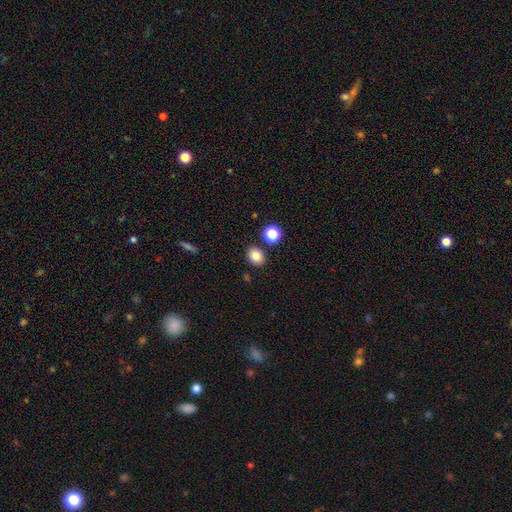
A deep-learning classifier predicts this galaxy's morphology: A smooth galaxy with no disk features (83%) that is round (50%).

Vote fractions:
- Smooth or featured? smooth: 83% / star or artifact: 12% / featured or disk: 5%
- How rounded? round: 50% / in between: 49% / cigar-shaped: 1%
- Merging? none: 83% / minor disturbance: 8% / merger: 6% / major disturbance: 2%